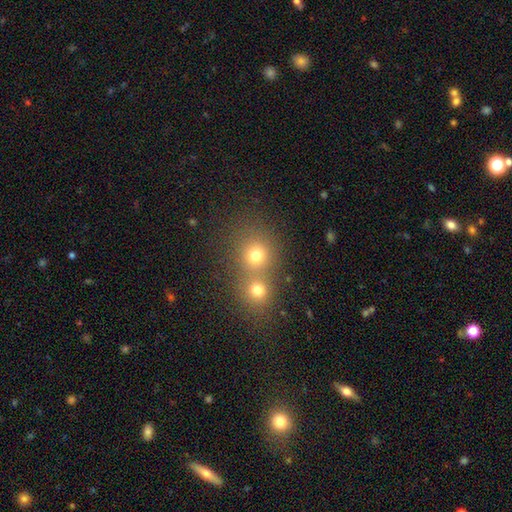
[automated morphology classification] Overall: smooth (74%). How rounded: round (82%). Merging: merger (50%; none 42%).